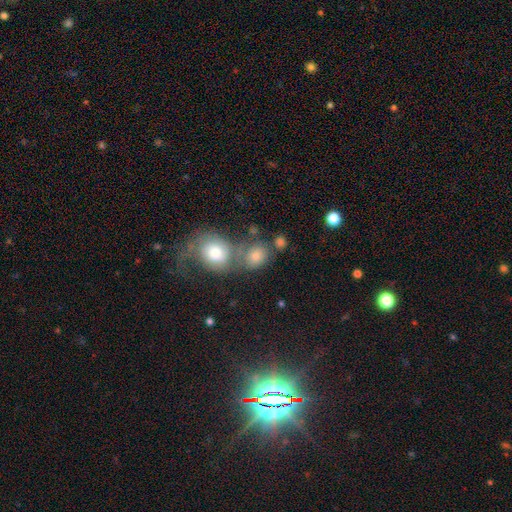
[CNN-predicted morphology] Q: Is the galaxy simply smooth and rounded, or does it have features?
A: smooth — 74%.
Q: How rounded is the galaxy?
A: round — 61%.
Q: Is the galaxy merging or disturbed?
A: merger — 41%, tied with none.